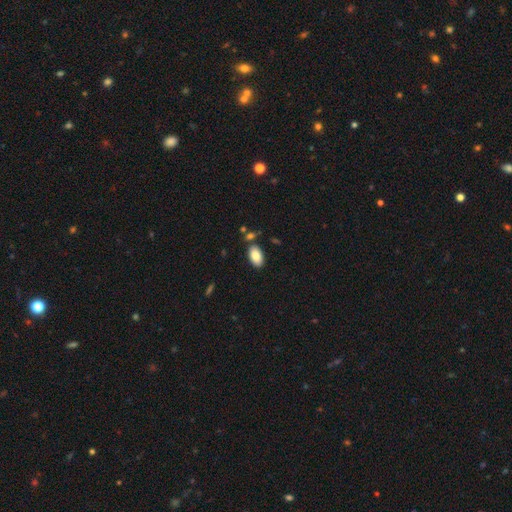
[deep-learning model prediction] The model was most divided on "merging": none: 80%, minor disturbance: 11%, merger: 7%, major disturbance: 2%. More confident: how rounded — in between (95%); smooth or featured — smooth (85%).